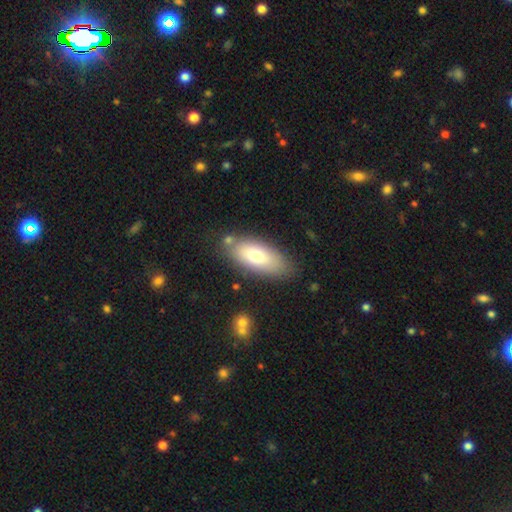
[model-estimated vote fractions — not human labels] A smooth galaxy with no disk features (72%) that is in between round and cigar-shaped (82%).

Vote fractions:
- Smooth or featured? smooth: 72% / featured or disk: 21% / star or artifact: 7%
- How rounded? in between: 82% / cigar-shaped: 15% / round: 2%
- Merging? none: 76% / minor disturbance: 15% / merger: 6% / major disturbance: 4%